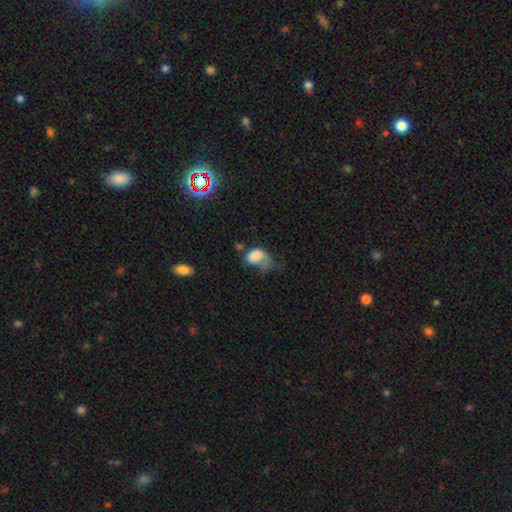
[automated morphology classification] Smooth or featured?
  - smooth: 71% *
  - featured or disk: 19%
  - star or artifact: 10%
How rounded?
  - in between: 77% *
  - round: 22%
  - cigar-shaped: 1%
Merging?
  - major disturbance: 52% *
  - minor disturbance: 22%
  - none: 17%
  - merger: 9%